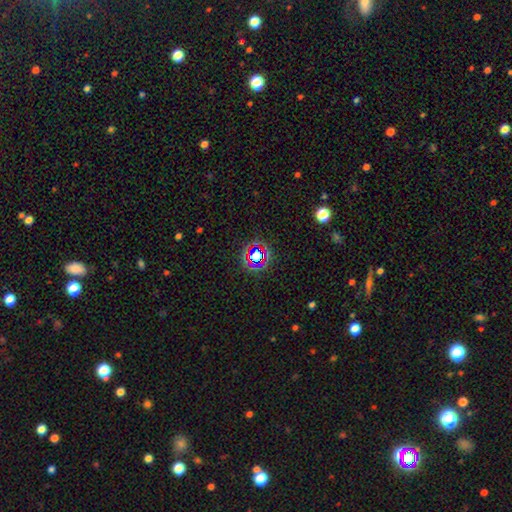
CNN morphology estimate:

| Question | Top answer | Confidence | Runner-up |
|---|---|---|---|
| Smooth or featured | star or artifact | 65% | smooth (22%) |